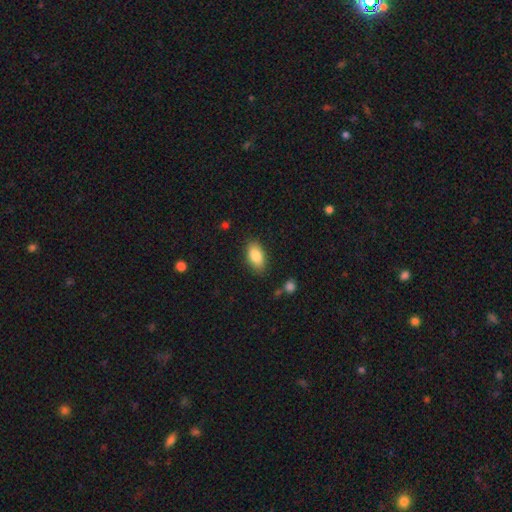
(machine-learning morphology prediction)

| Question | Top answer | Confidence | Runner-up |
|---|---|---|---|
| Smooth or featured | smooth | 85% | featured or disk (8%) |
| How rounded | in between | 92% | cigar-shaped (5%) |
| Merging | none | 85% | minor disturbance (11%) |